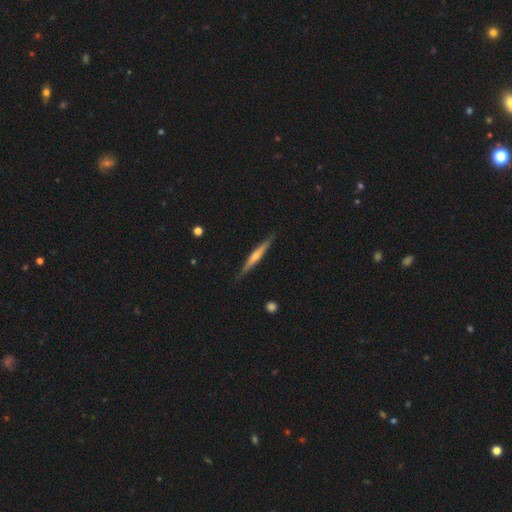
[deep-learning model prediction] Overall: featured or disk (65%; smooth 30%). Edge-on disk: yes (97%). Edge-on bulge: rounded (66%; none 27%). Merging: none (87%).